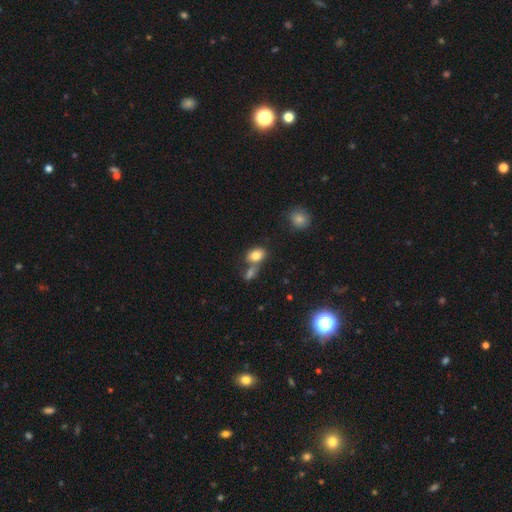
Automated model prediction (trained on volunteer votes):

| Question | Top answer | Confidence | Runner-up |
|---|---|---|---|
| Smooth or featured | smooth | 80% | star or artifact (10%) |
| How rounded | in between | 76% | round (23%) |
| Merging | none | 50% | merger (33%) |